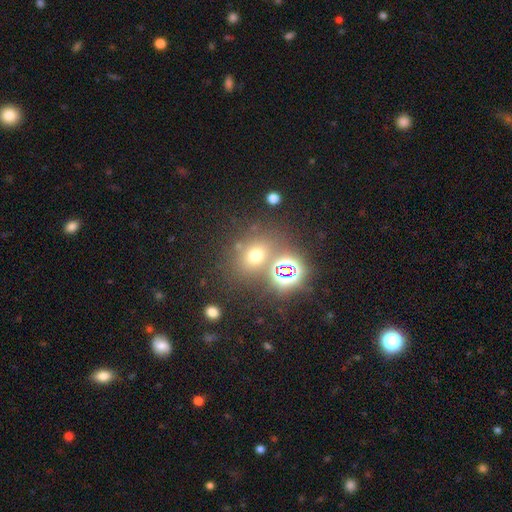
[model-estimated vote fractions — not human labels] Smooth or featured? Predicted: smooth (p=0.57). How rounded? Predicted: round (p=0.69). Merging? Predicted: none (p=0.69).